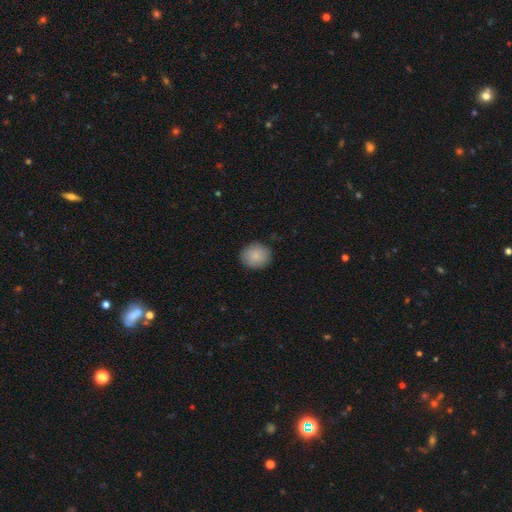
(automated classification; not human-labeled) Smooth or featured? smooth (87%)
How rounded? round (78%)
Merging? none (88%)